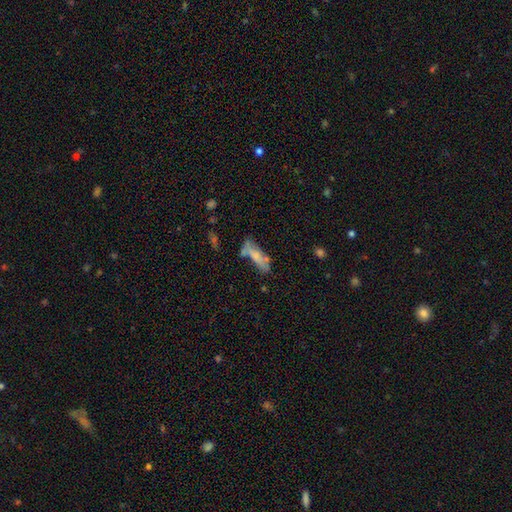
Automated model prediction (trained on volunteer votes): Overall: smooth (57%; featured or disk 32%). How rounded: in between (55%; cigar-shaped 42%). Merging: none (39%; minor disturbance 23%).